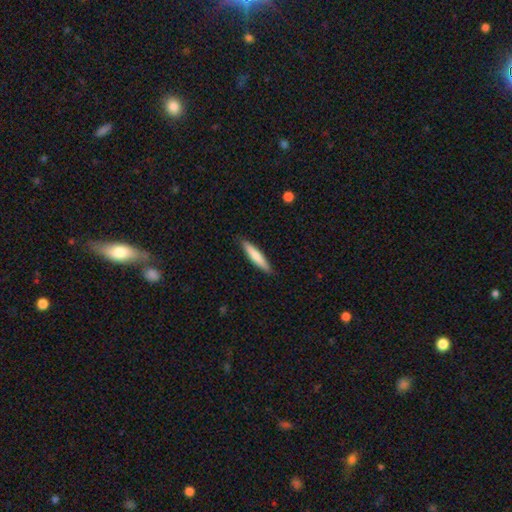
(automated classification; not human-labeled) Smooth or featured: smooth — 72% (featured or disk — 23%)
How rounded: cigar-shaped — 89% (in between — 9%)
Merging: none — 90% (minor disturbance — 7%)